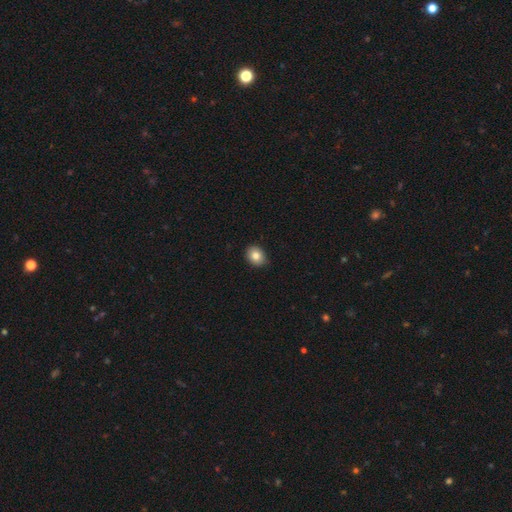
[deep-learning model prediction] The model was most divided on "how rounded": round: 51%, in between: 48%, cigar-shaped: 1%. More confident: merging — none (85%); smooth or featured — smooth (82%).